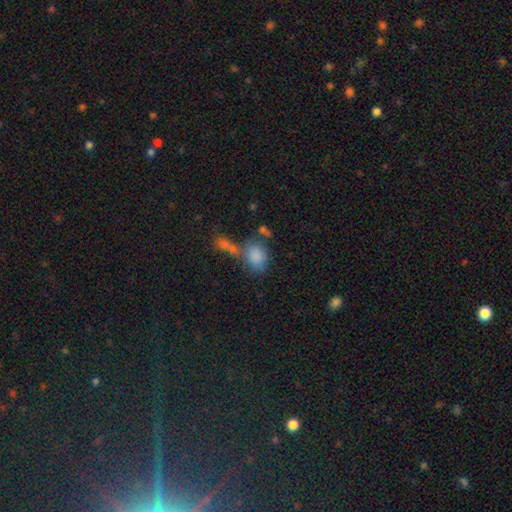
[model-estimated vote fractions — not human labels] smooth_or_featured: smooth (p=0.82) [alt: star or artifact p=0.10]
how_rounded: in between (p=0.58) [alt: round p=0.40]
merging: none (p=0.45) [alt: merger p=0.32]